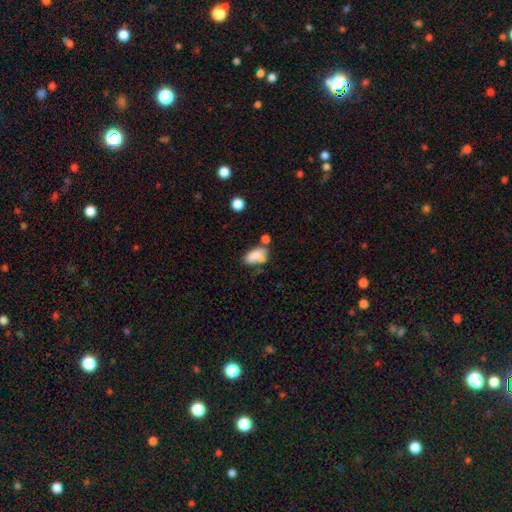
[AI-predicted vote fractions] Q: Smooth or featured?
A: smooth (73%); runner-up: featured or disk (18%)
Q: How rounded?
A: in between (89%); runner-up: round (7%)
Q: Merging?
A: none (33%); runner-up: merger (32%)